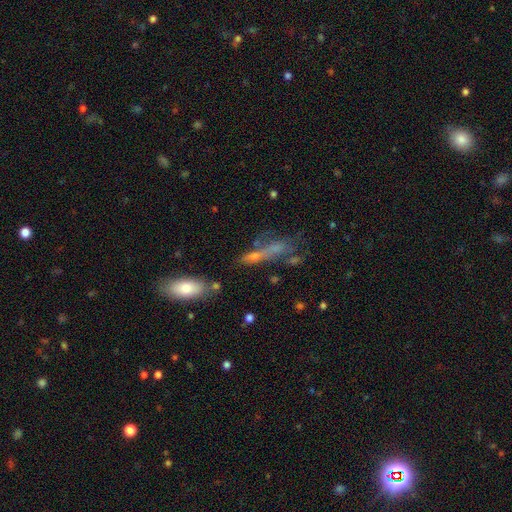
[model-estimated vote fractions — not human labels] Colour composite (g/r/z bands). It shows a smooth galaxy with no disk features (47%). Merging: none (44%).